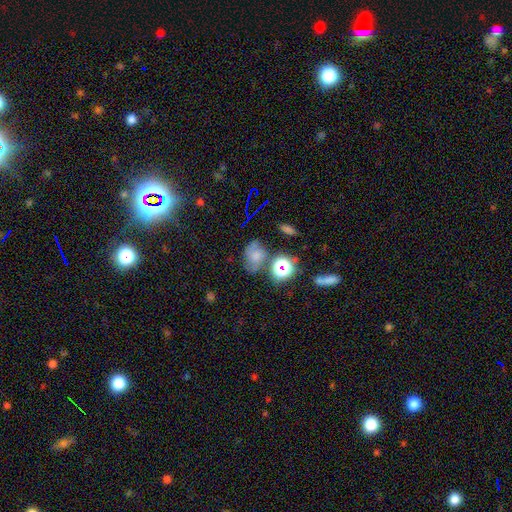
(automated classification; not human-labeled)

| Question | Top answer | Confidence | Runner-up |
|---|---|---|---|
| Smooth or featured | smooth | 52% | featured or disk (24%) |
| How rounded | in between | 58% | round (40%) |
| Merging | none | 52% | minor disturbance (22%) |